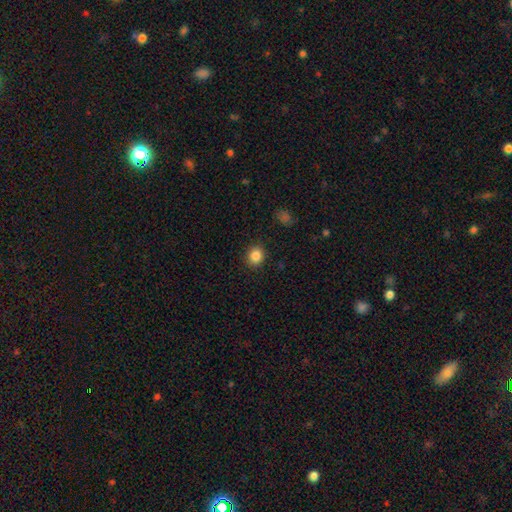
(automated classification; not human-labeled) Smooth or featured: smooth — 86% (star or artifact — 10%)
How rounded: round — 79% (in between — 20%)
Merging: none — 90% (minor disturbance — 7%)